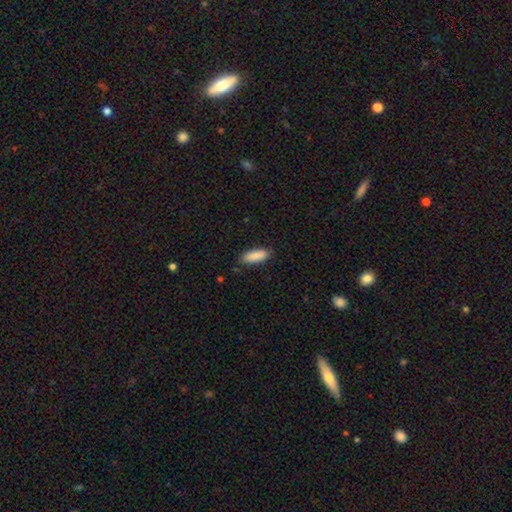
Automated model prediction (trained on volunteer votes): A smooth galaxy with no disk features (89%) that is in between round and cigar-shaped (66%).

Vote fractions:
- Smooth or featured? smooth: 89% / star or artifact: 6% / featured or disk: 5%
- How rounded? in between: 66% / cigar-shaped: 32% / round: 2%
- Merging? none: 85% / minor disturbance: 11% / major disturbance: 2% / merger: 1%